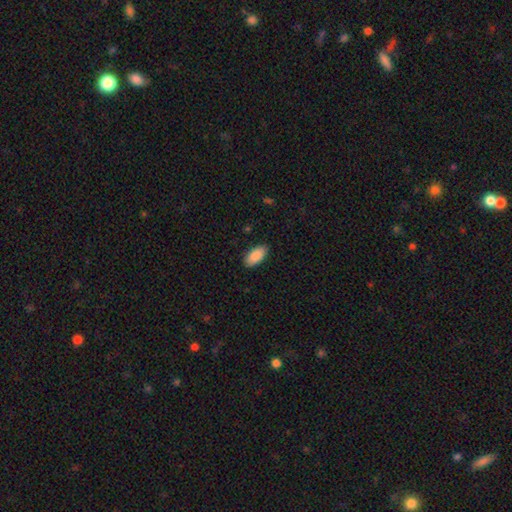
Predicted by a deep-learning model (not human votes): Q: Smooth or featured?
A: smooth (89%); runner-up: star or artifact (6%)
Q: How rounded?
A: in between (93%); runner-up: cigar-shaped (5%)
Q: Merging?
A: none (89%); runner-up: minor disturbance (8%)